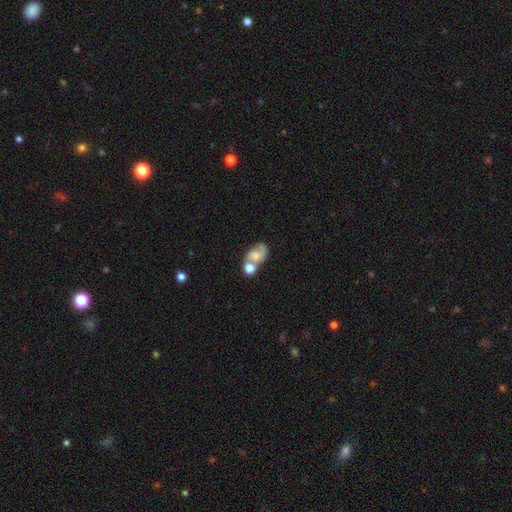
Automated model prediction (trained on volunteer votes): smooth-or-featured: smooth: 48% | featured or disk: 42% | star or artifact: 10%
  merging: merger: 50% | none: 27% | minor disturbance: 14% | major disturbance: 9%